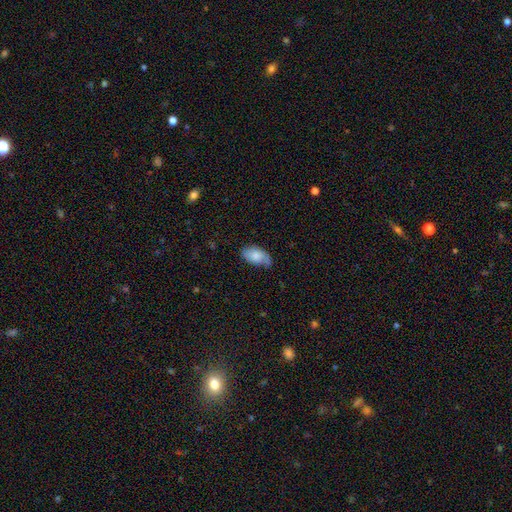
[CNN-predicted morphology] Smooth or featured? Predicted: smooth (p=0.68). How rounded? Predicted: in between (p=0.93). Merging? Predicted: none (p=0.56).